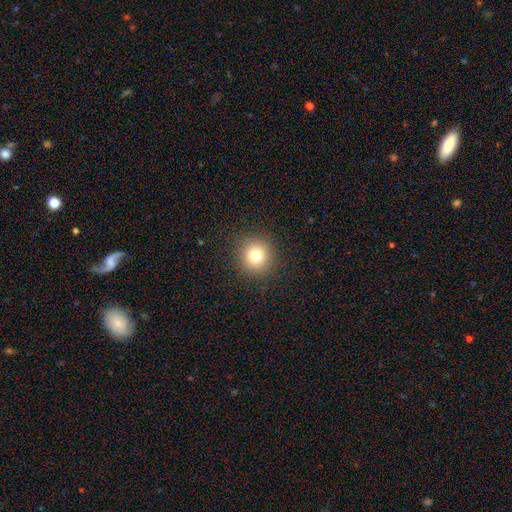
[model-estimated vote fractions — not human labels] Smooth or featured?
  - smooth: 78% *
  - star or artifact: 14%
  - featured or disk: 9%
How rounded?
  - round: 94% *
  - in between: 5%
  - cigar-shaped: 1%
Merging?
  - none: 91% *
  - minor disturbance: 6%
  - major disturbance: 3%
  - merger: 1%